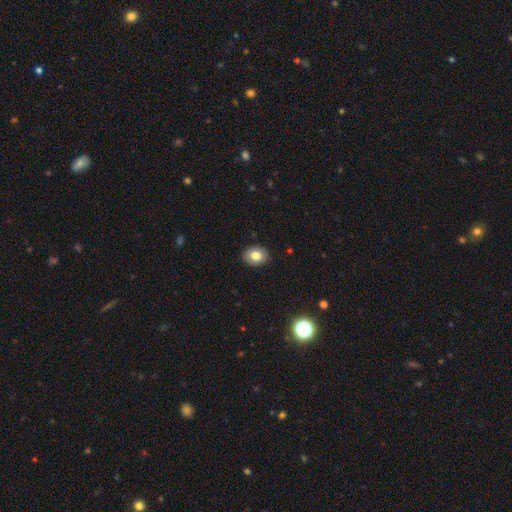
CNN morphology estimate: A smooth galaxy with no disk features (81%) that is in between round and cigar-shaped (51%). Merging: none (90%).